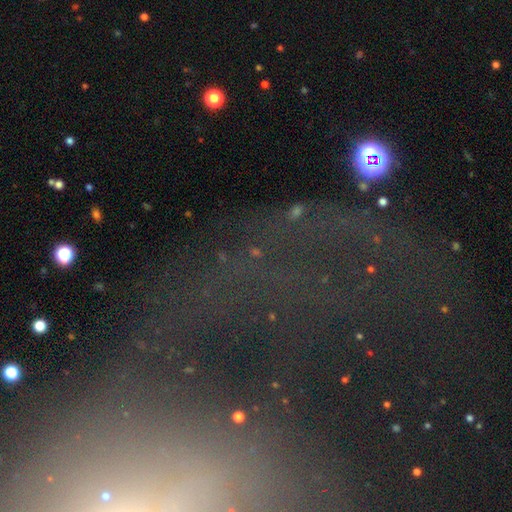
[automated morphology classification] A star or artifact, not a galaxy (66%).